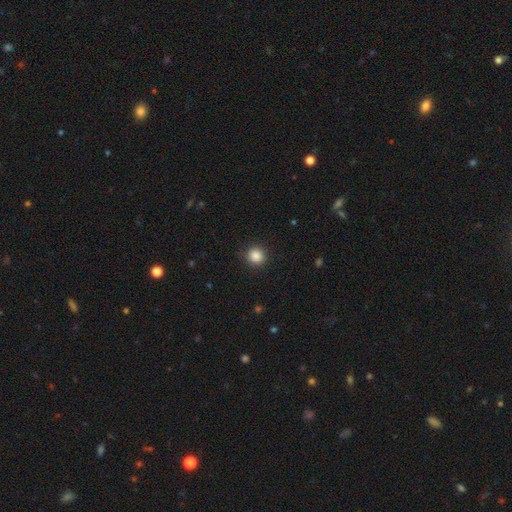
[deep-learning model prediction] Overall: smooth (86%). How rounded: round (91%). Merging: none (89%).